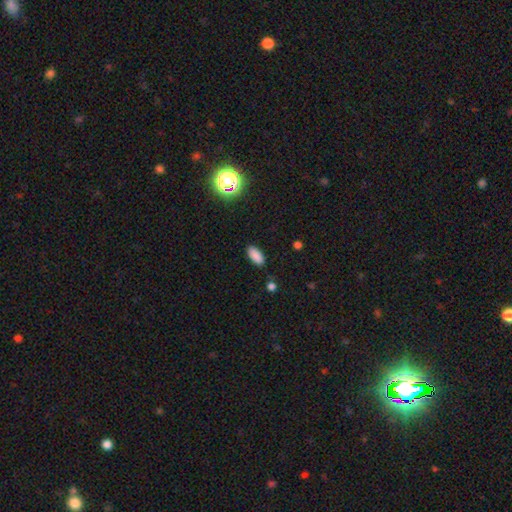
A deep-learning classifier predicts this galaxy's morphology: Smooth or featured? smooth (85%)
How rounded? in between (87%)
Merging? none (86%)